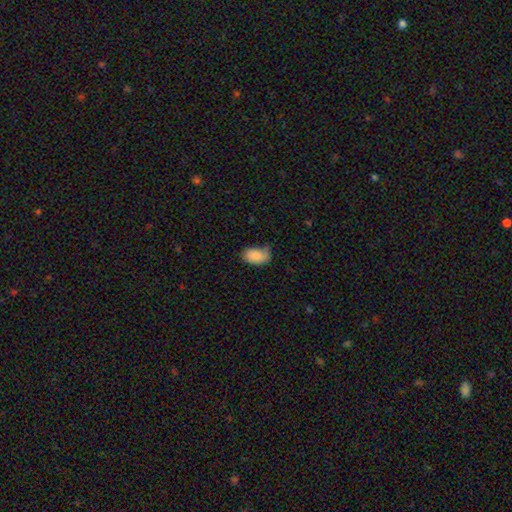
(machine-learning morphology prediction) This is clearly a smooth galaxy (84%). How rounded: clearly in between (90%). Merging: possibly none (52%).